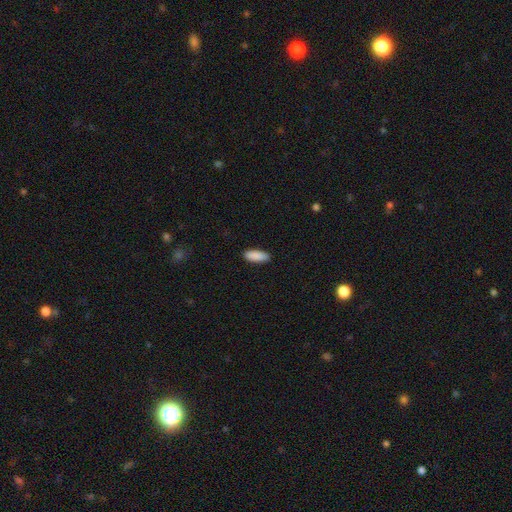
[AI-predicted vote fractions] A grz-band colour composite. It shows a smooth galaxy with no disk features (91%) that is in between round and cigar-shaped (73%). Merging: none (89%).